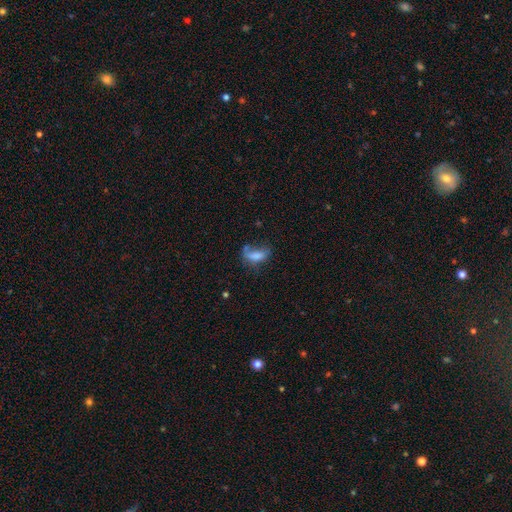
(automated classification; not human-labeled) A smooth galaxy with no disk features (69%) that is in between round and cigar-shaped (79%). Merging: none (33%).